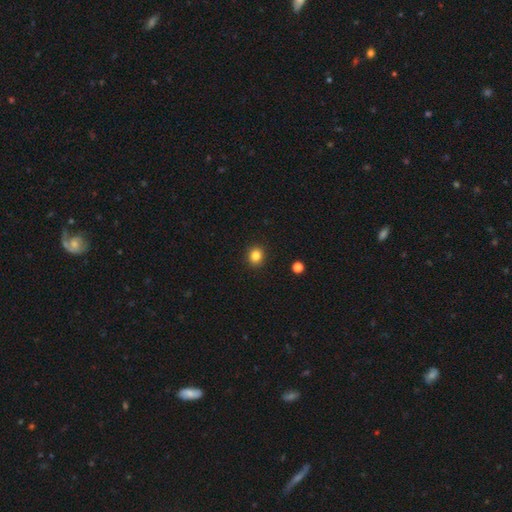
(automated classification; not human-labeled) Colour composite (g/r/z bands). It shows a smooth galaxy with no disk features (84%) that is round (83%). Merging: none (92%).